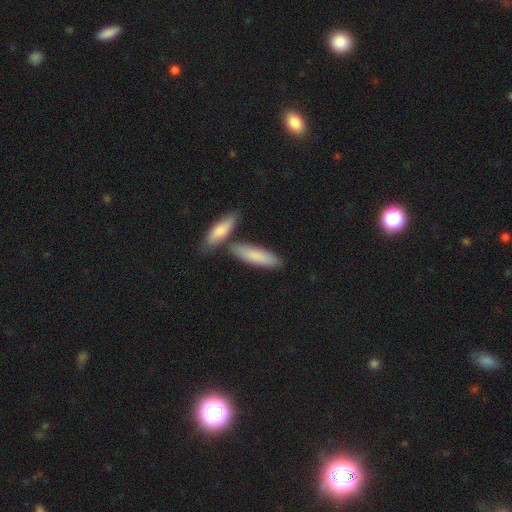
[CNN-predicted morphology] A smooth galaxy with no disk features (82%) that is cigar-shaped (56%). Merging: none (68%).